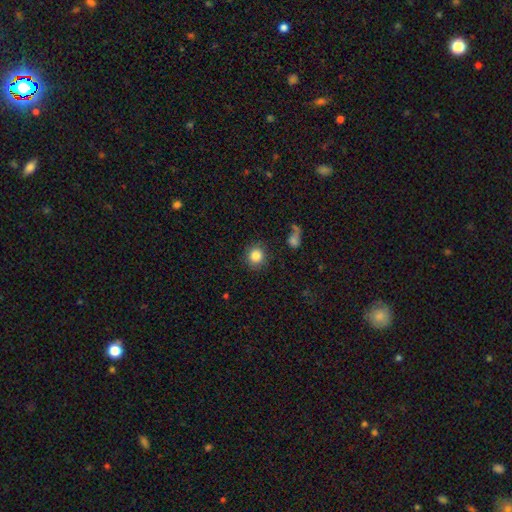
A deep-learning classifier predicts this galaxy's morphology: A smooth galaxy with no disk features (85%) that is round (90%).

Vote fractions:
- Smooth or featured? smooth: 85% / star or artifact: 10% / featured or disk: 5%
- How rounded? round: 90% / in between: 9% / cigar-shaped: 1%
- Merging? none: 87% / minor disturbance: 8% / major disturbance: 3% / merger: 2%